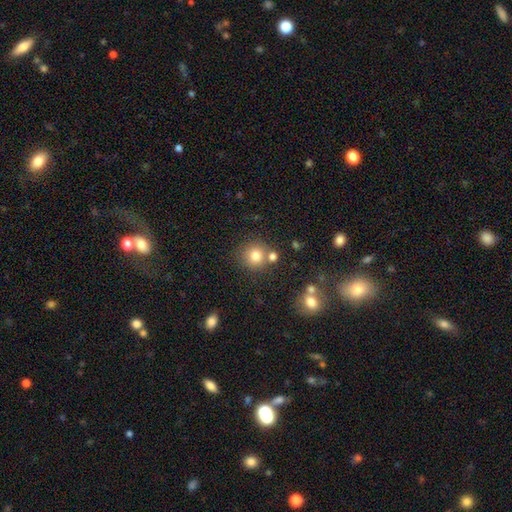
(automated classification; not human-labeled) A smooth galaxy with no disk features (78%) that is round (91%). Merging: none (69%).